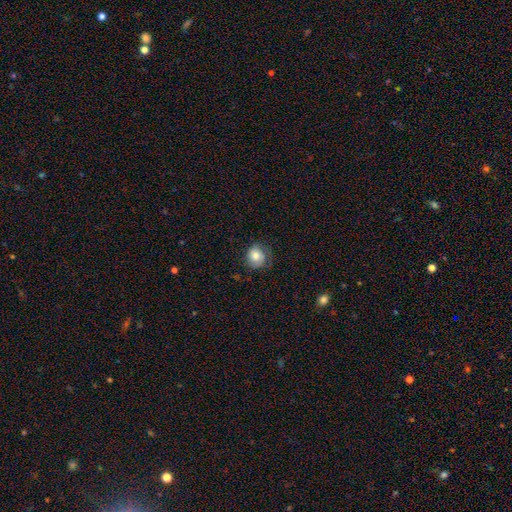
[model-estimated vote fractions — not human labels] smooth_or_featured: smooth (p=0.70) [alt: featured or disk p=0.22]
how_rounded: round (p=0.79) [alt: in between p=0.20]
merging: none (p=0.67) [alt: minor disturbance p=0.22]